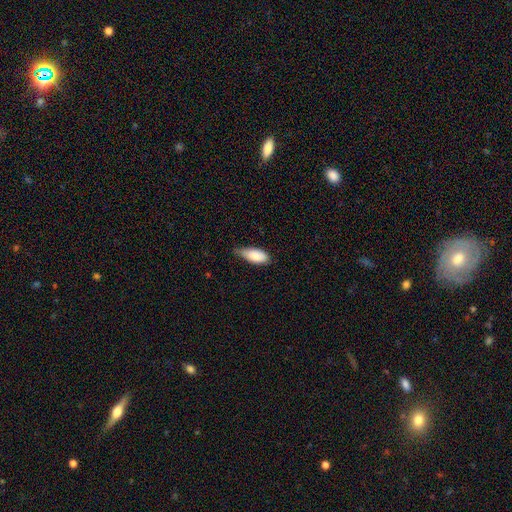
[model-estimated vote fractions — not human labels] A smooth galaxy with no disk features (85%) that is in between round and cigar-shaped (87%). Merging: minor disturbance (48%).